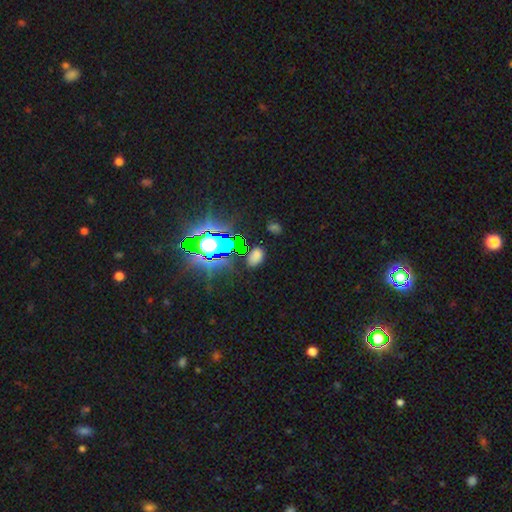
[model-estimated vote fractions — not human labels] Q: Smooth or featured?
A: smooth (55%); runner-up: star or artifact (36%)
Q: How rounded?
A: in between (81%); runner-up: round (16%)
Q: Merging?
A: none (77%); runner-up: minor disturbance (14%)